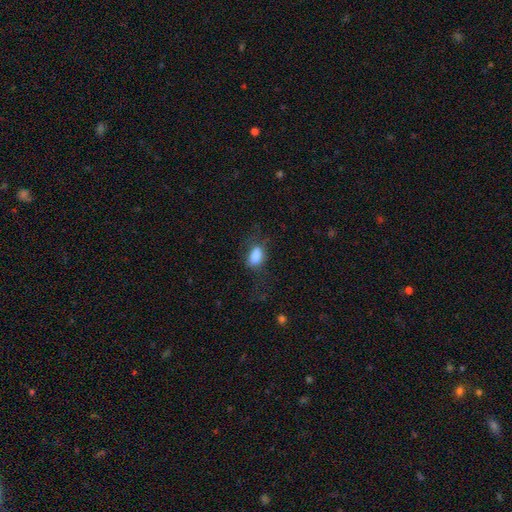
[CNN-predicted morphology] smooth_or_featured: smooth (p=0.84) [alt: star or artifact p=0.09]
how_rounded: in between (p=0.88) [alt: round p=0.10]
merging: none (p=0.58) [alt: minor disturbance p=0.22]